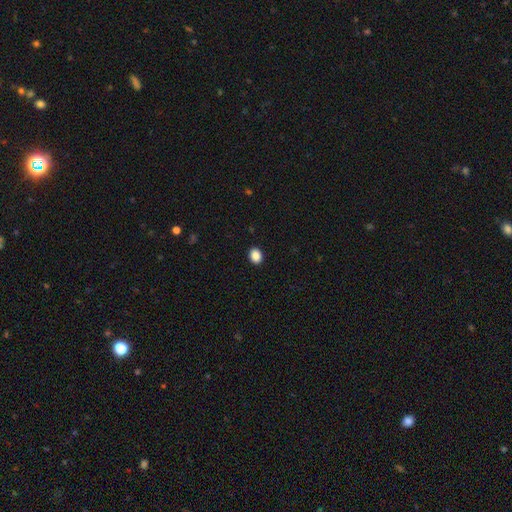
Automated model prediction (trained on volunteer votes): smooth_or_featured: smooth (p=0.88) [alt: star or artifact p=0.09]
how_rounded: in between (p=0.51) [alt: round p=0.48]
merging: none (p=0.91) [alt: minor disturbance p=0.06]